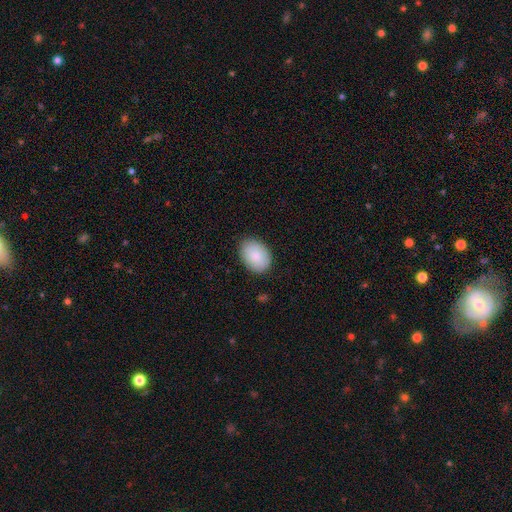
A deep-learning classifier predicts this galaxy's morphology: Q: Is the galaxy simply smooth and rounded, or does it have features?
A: smooth — 87%.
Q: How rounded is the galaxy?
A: in between — 80%.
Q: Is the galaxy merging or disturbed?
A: none — 86%.